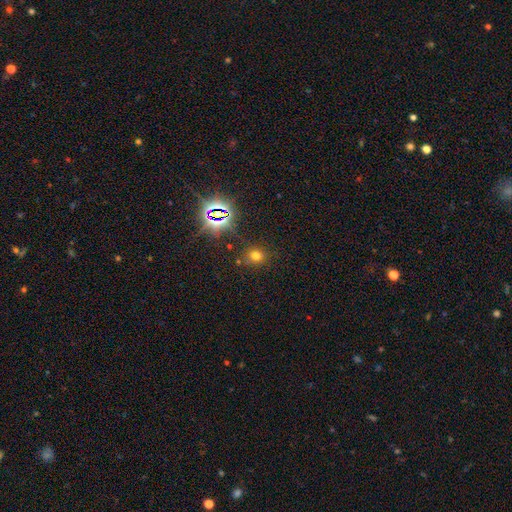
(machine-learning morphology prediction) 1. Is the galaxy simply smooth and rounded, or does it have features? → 62% smooth, 30% star or artifact, 8% featured or disk.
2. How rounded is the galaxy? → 77% round, 22% in between, 1% cigar-shaped.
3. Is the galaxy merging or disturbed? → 81% none, 11% minor disturbance, 4% major disturbance, 4% merger.